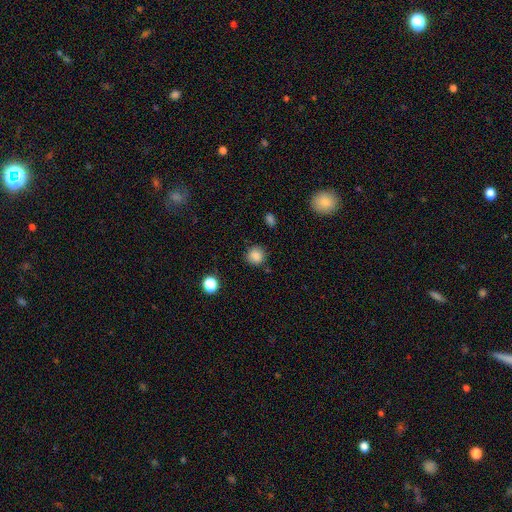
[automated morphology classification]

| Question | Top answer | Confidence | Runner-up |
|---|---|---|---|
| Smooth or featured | smooth | 85% | star or artifact (11%) |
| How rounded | round | 85% | in between (14%) |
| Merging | none | 81% | minor disturbance (13%) |